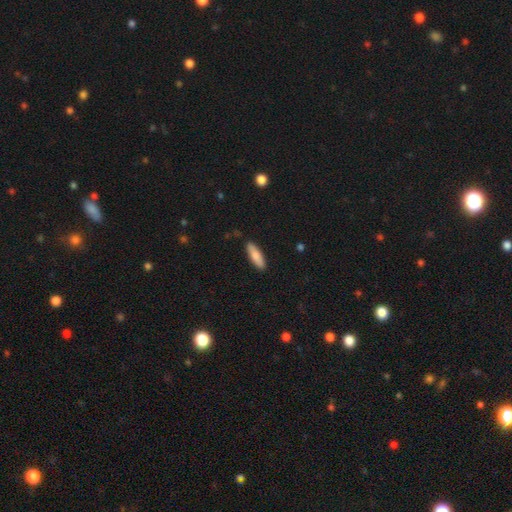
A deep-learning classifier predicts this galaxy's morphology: smooth 83%, featured or disk 12%, star or artifact 5%. Down the decision tree: how rounded — cigar-shaped (57%); merging — none (89%).